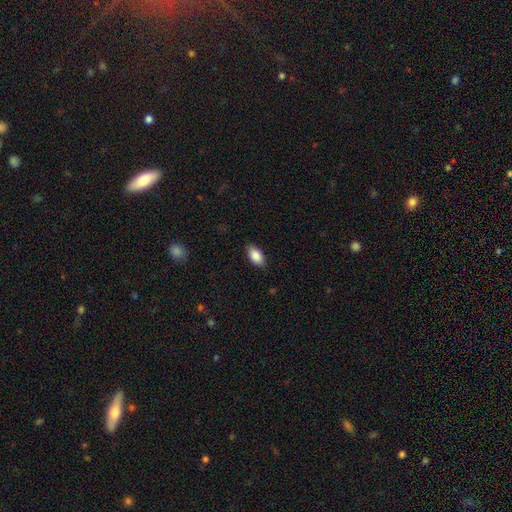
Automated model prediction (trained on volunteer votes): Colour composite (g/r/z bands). It shows a smooth galaxy with no disk features (88%) that is in between round and cigar-shaped (93%). Merging: none (86%).